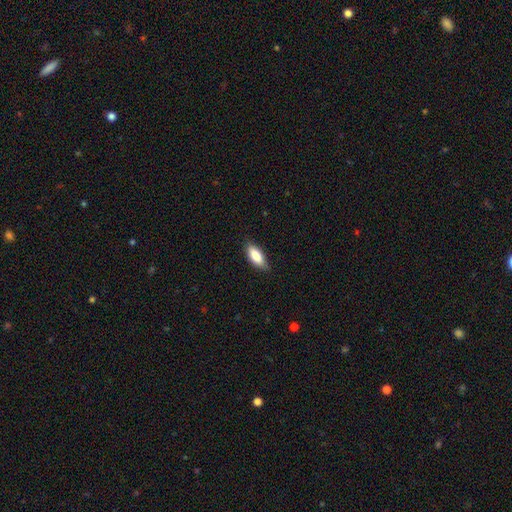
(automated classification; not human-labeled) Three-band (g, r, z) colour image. It shows a smooth galaxy with no disk features (83%) that is in between round and cigar-shaped (82%). Merging: none (80%).